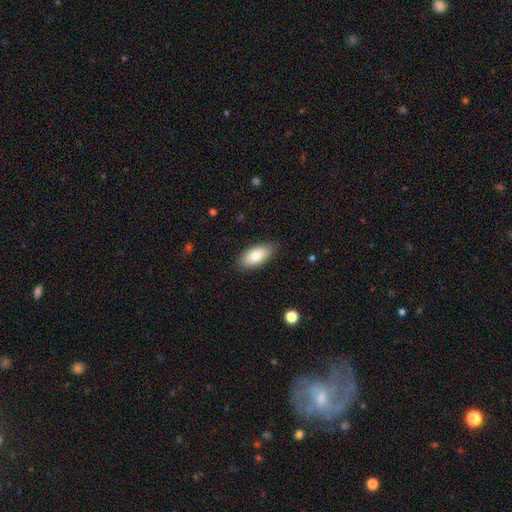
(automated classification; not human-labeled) Smooth or featured?
  - smooth: 79% *
  - featured or disk: 14%
  - star or artifact: 7%
How rounded?
  - in between: 90% *
  - cigar-shaped: 7%
  - round: 3%
Merging?
  - none: 86% *
  - minor disturbance: 11%
  - major disturbance: 2%
  - merger: 1%